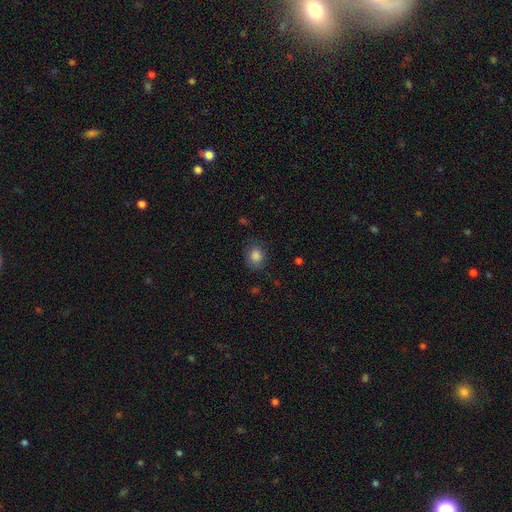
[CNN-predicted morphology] Smooth or featured: smooth — 85% (star or artifact — 10%)
How rounded: round — 69% (in between — 30%)
Merging: none — 78% (minor disturbance — 16%)